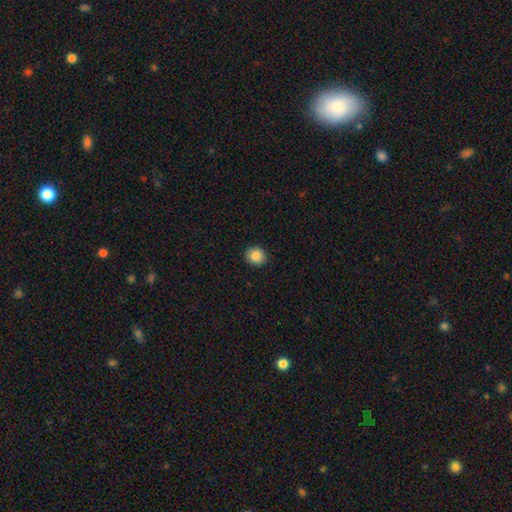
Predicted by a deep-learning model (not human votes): smooth 87%, star or artifact 9%, featured or disk 5%. Down the decision tree: how rounded — round (82%); merging — none (90%).